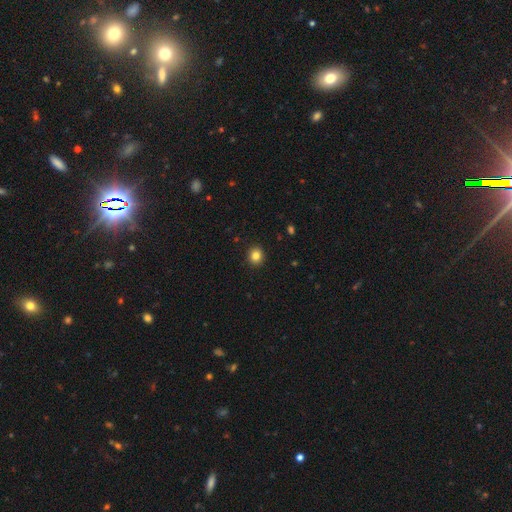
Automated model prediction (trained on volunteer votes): Q: Smooth or featured?
A: smooth (84%); runner-up: star or artifact (11%)
Q: How rounded?
A: round (83%); runner-up: in between (16%)
Q: Merging?
A: none (92%); runner-up: minor disturbance (6%)